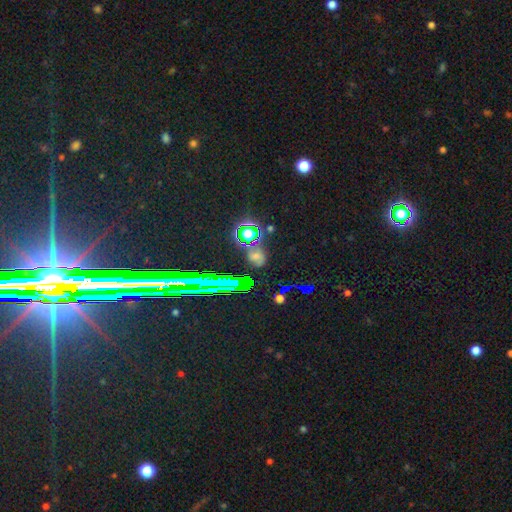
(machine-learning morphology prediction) Overall: star or artifact (67%).